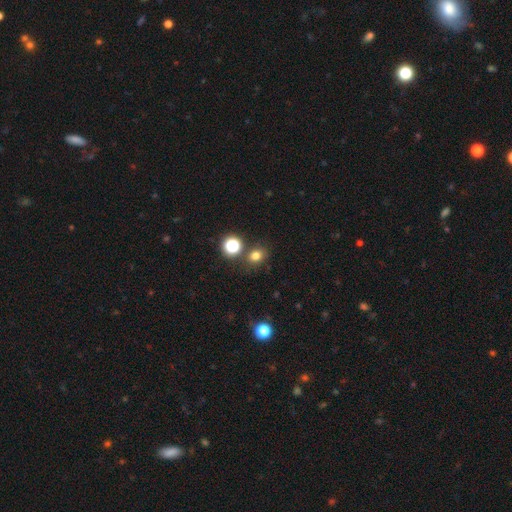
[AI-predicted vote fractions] smooth 75%, star or artifact 19%, featured or disk 6%. Down the decision tree: how rounded — round (62%); merging — none (77%).